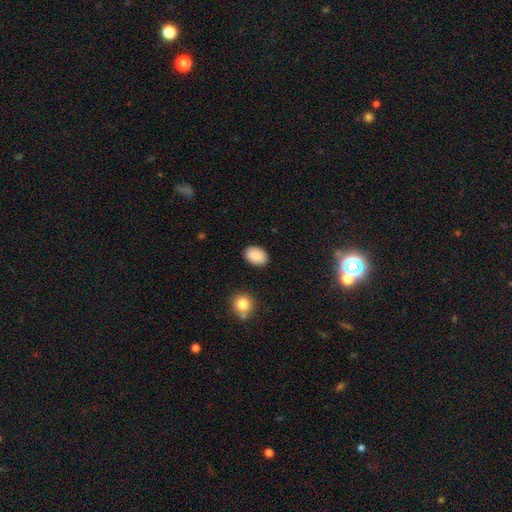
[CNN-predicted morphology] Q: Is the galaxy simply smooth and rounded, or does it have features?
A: smooth — 90%.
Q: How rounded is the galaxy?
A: in between — 87%.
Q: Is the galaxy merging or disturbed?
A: none — 88%.